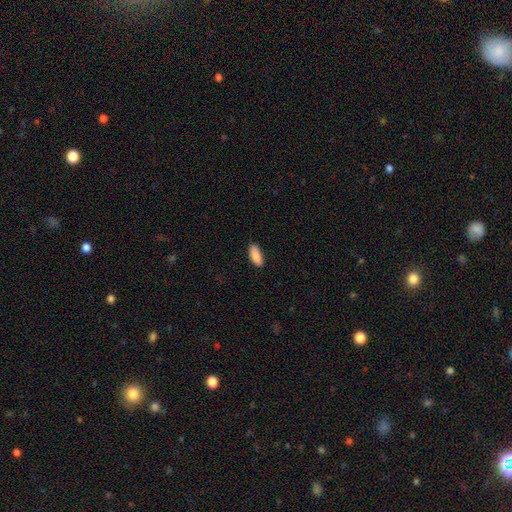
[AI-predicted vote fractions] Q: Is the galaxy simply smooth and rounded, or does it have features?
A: smooth — 89%.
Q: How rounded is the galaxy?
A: in between — 79%.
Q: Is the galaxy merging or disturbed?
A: none — 87%.